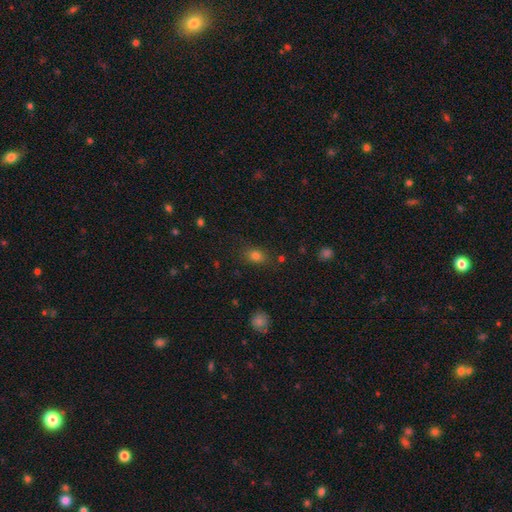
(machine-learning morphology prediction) Smooth or featured: smooth — 79% (star or artifact — 14%)
How rounded: in between — 72% (round — 25%)
Merging: none — 80% (minor disturbance — 13%)